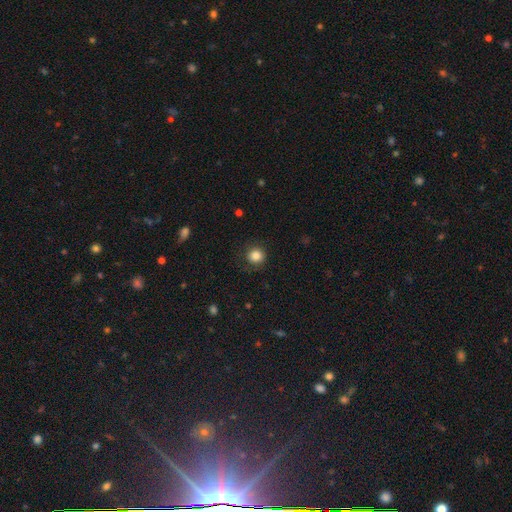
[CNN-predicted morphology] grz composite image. It shows a smooth galaxy with no disk features (85%) that is round (92%). Merging: none (86%).